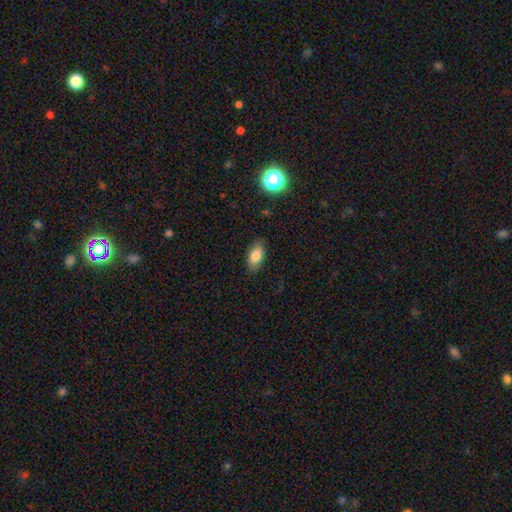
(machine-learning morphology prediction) The model was most divided on "merging": none: 85%, minor disturbance: 11%, major disturbance: 3%, merger: 1%. More confident: how rounded — in between (91%); smooth or featured — smooth (82%).